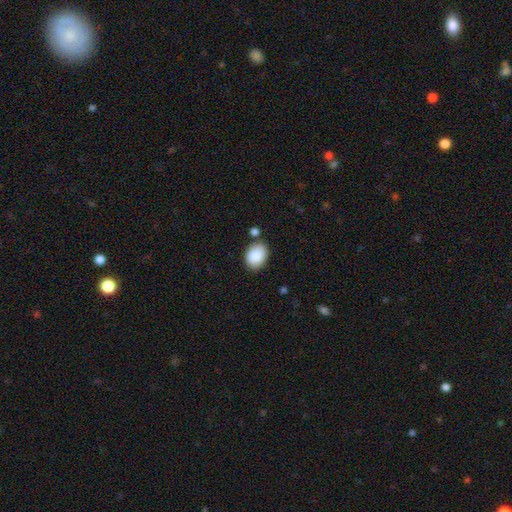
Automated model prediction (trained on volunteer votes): Overall: smooth (89%). How rounded: in between (73%). Merging: none (74%).